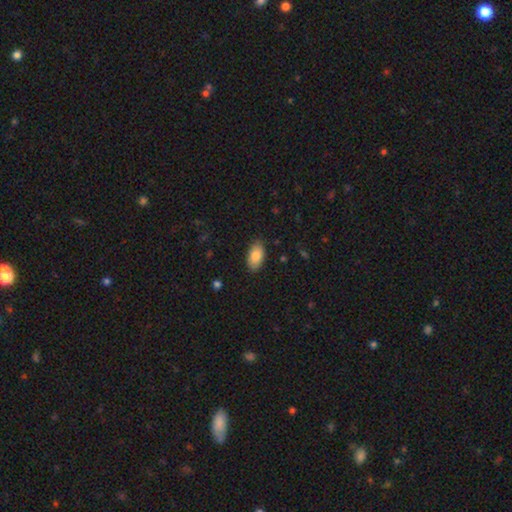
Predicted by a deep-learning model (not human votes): Morphology: type=smooth (85%); roundness=in between (94%); merging=none (86%).